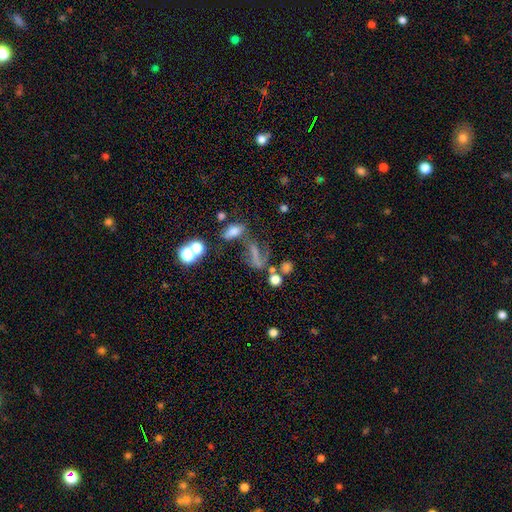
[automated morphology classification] type=smooth (46%); merging=none (34%).